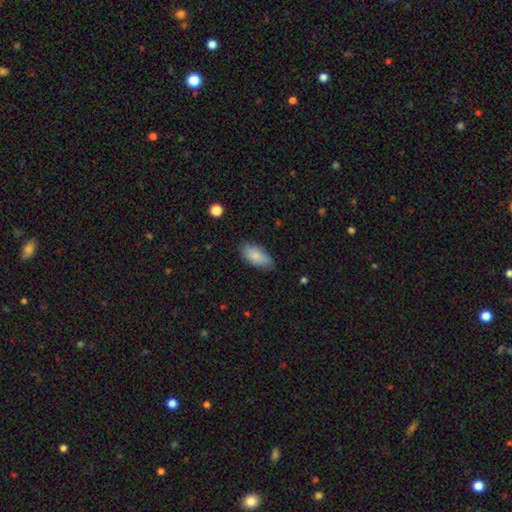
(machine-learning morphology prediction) Smooth or featured? Predicted: smooth (p=0.85). How rounded? Predicted: in between (p=0.91). Merging? Predicted: none (p=0.78).